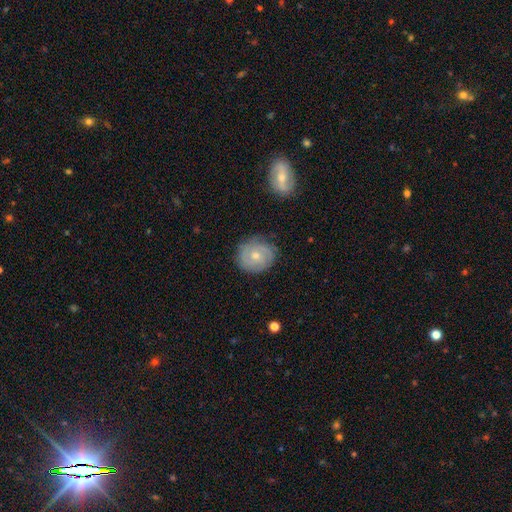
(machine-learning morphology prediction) This appears to be a featured or disk galaxy (65%) with no bar (74%), 2 (42%) tight (67%) spiral arms (88%) and a small central bulge (51%). Merging: none (81%).